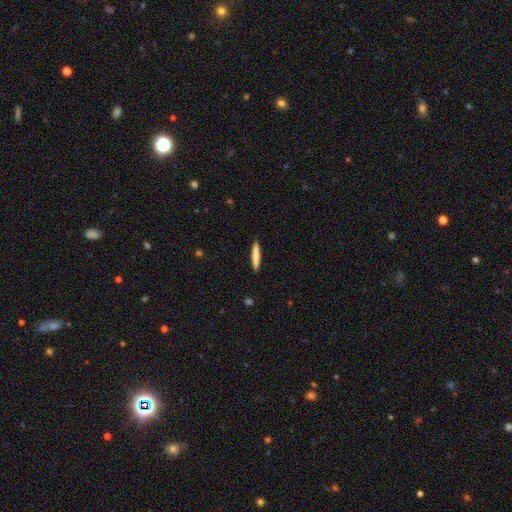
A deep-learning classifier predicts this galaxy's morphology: Overall: smooth (77%). How rounded: cigar-shaped (94%). Merging: none (92%).